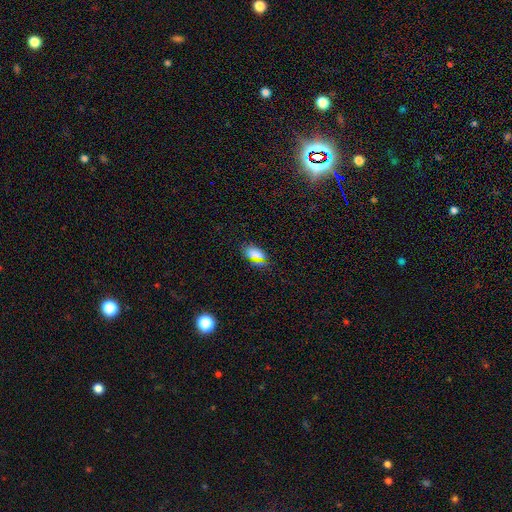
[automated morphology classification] smooth 74%, star or artifact 20%, featured or disk 7%. Down the decision tree: how rounded — in between (88%); merging — none (81%).